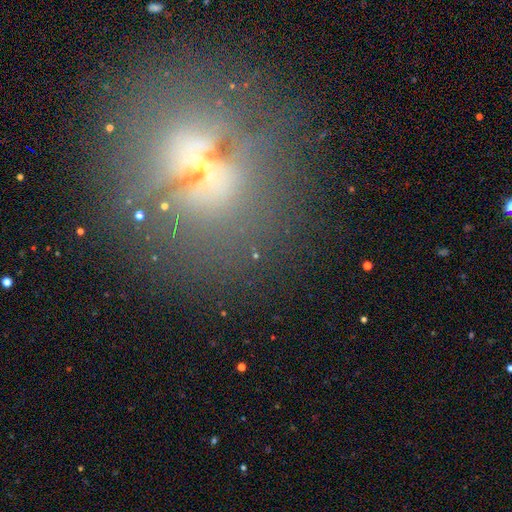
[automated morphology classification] A star or artifact, not a galaxy (52%).

Vote fractions:
- Smooth or featured? star or artifact: 52% / smooth: 29% / featured or disk: 19%